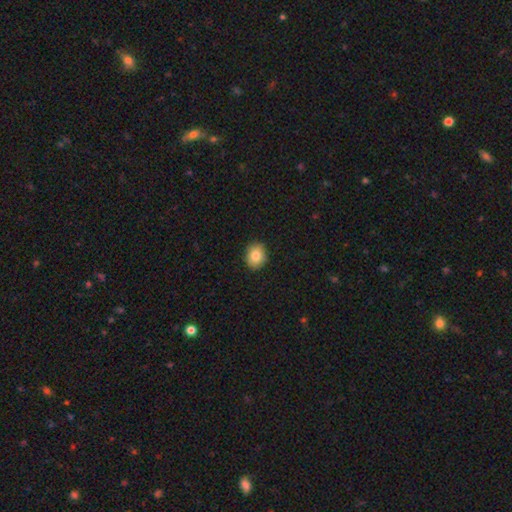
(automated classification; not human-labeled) smooth-or-featured: smooth: 84% | star or artifact: 9% | featured or disk: 8%
  how-rounded: round: 55% | in between: 44% | cigar-shaped: 1%
  merging: none: 90% | minor disturbance: 7% | major disturbance: 2% | merger: 1%